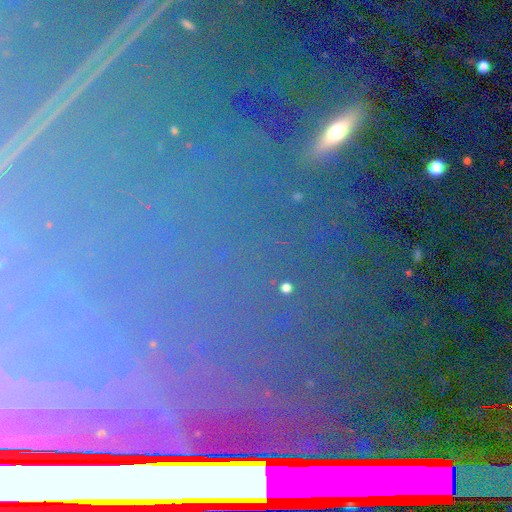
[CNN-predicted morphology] Q: Smooth or featured?
A: star or artifact (63%); runner-up: smooth (23%)